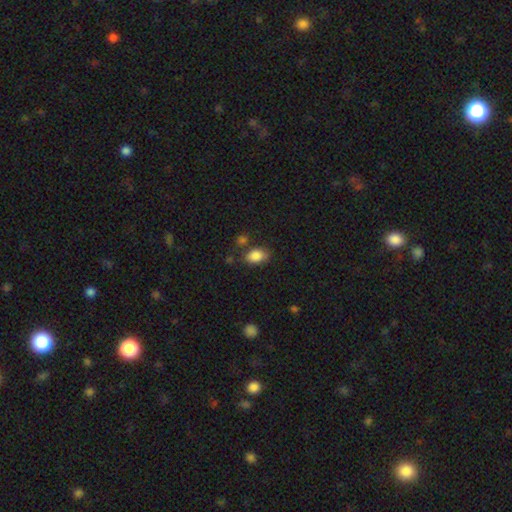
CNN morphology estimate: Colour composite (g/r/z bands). It shows a smooth galaxy with no disk features (86%) that is in between round and cigar-shaped (84%). Merging: none (68%).